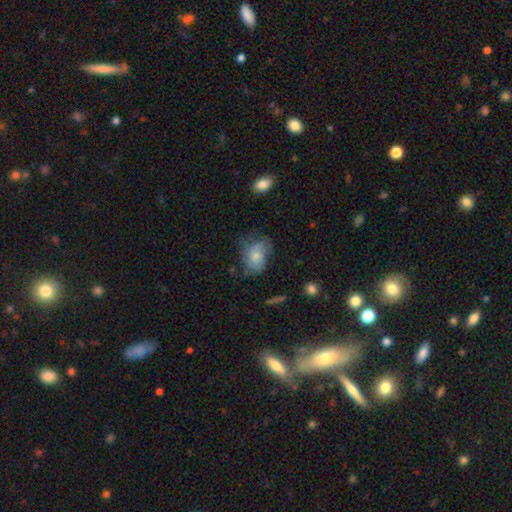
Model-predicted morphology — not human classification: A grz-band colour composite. It shows a smooth galaxy with no disk features (60%) that is in between round and cigar-shaped (69%). Merging: none (44%).